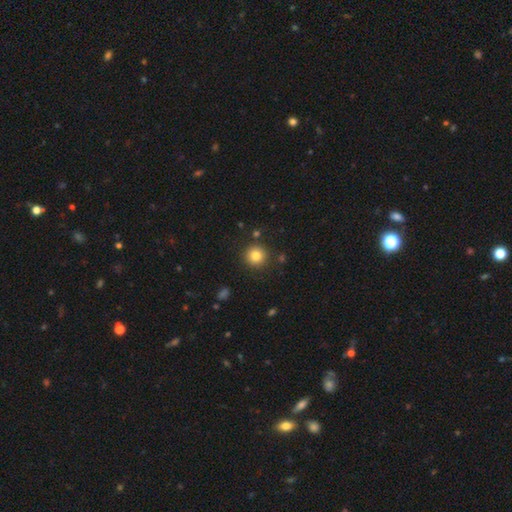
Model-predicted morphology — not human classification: smooth_or_featured: smooth (p=0.82) [alt: star or artifact p=0.11]
how_rounded: round (p=0.95) [alt: in between p=0.04]
merging: none (p=0.89) [alt: minor disturbance p=0.07]